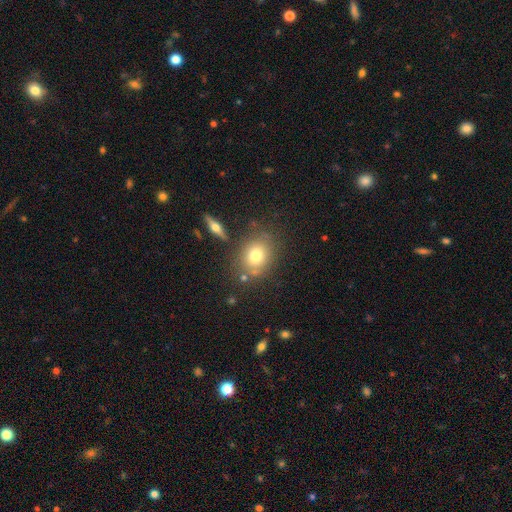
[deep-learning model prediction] The model was most divided on "how rounded": round: 52%, in between: 47%, cigar-shaped: 2%. More confident: smooth or featured — smooth (73%); merging — none (72%).